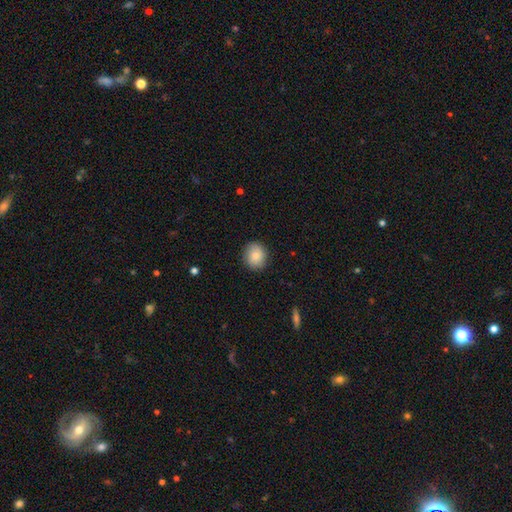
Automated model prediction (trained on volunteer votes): Smooth or featured: smooth — 81% (featured or disk — 11%)
How rounded: round — 77% (in between — 22%)
Merging: none — 86% (minor disturbance — 11%)